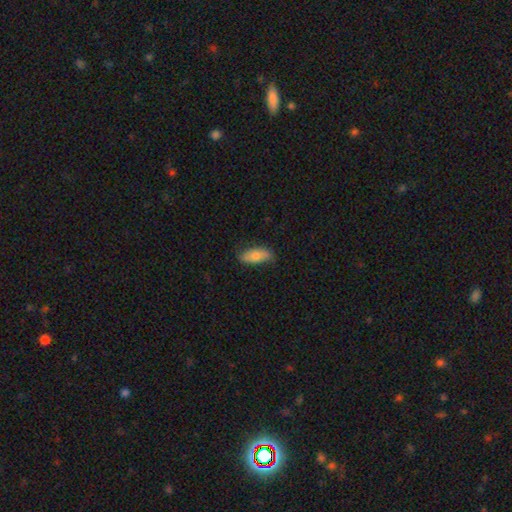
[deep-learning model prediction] A smooth galaxy with no disk features (74%) that is in between round and cigar-shaped (80%).

Vote fractions:
- Smooth or featured? smooth: 74% / featured or disk: 20% / star or artifact: 6%
- How rounded? in between: 80% / cigar-shaped: 18% / round: 2%
- Merging? none: 76% / minor disturbance: 20% / major disturbance: 3% / merger: 1%